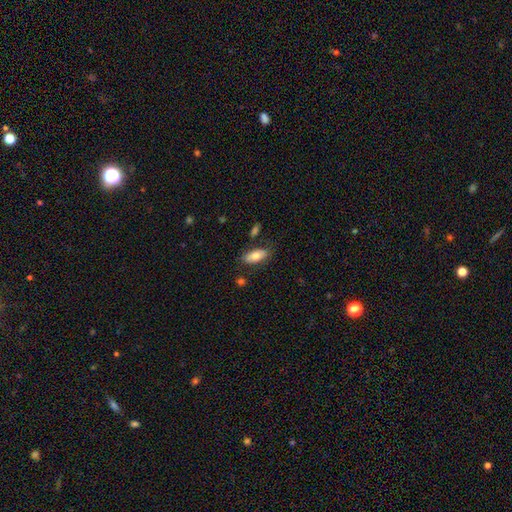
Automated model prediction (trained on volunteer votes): Smooth or featured? Predicted: smooth (p=0.74). How rounded? Predicted: in between (p=0.88). Merging? Predicted: none (p=0.80).